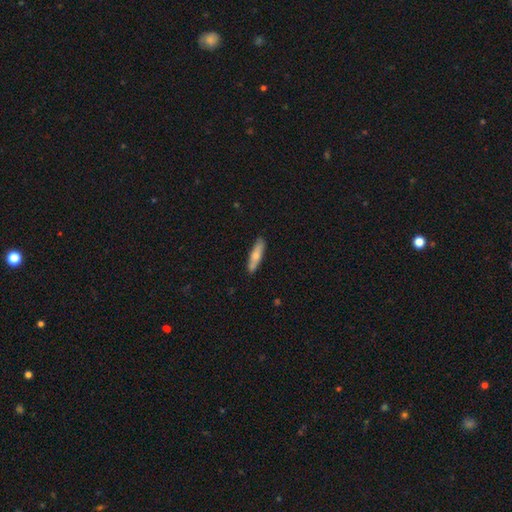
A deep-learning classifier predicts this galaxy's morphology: Smooth or featured? smooth (68%)
How rounded? cigar-shaped (76%)
Merging? none (87%)